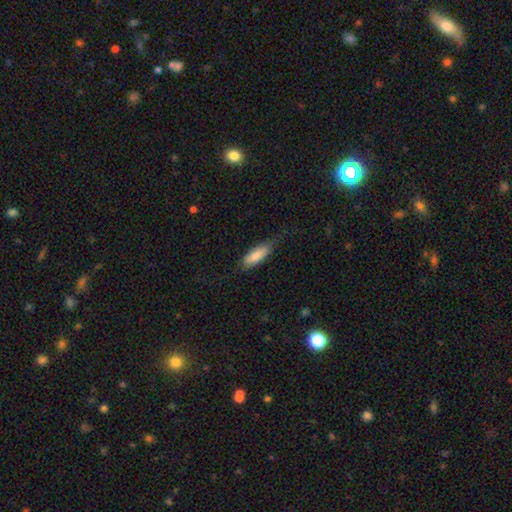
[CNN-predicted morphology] smooth 75%, featured or disk 19%, star or artifact 6%. Down the decision tree: how rounded — in between (68%); merging — none (67%).